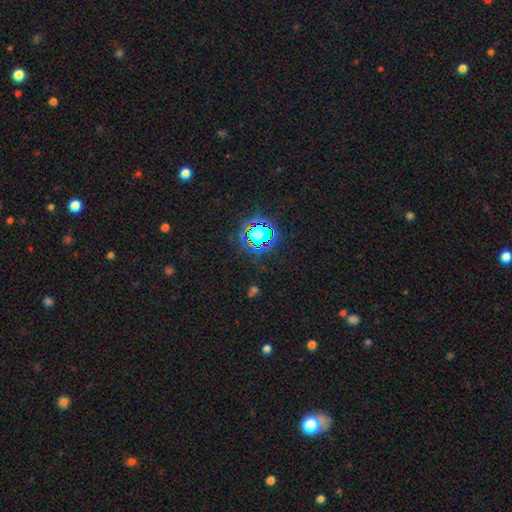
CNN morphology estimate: A star or artifact, not a galaxy (79%).